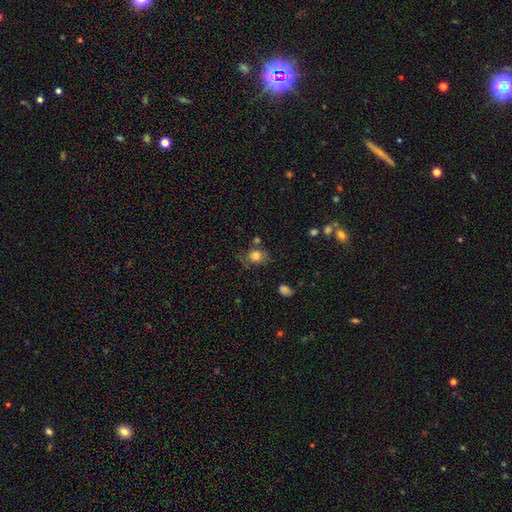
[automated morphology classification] This is likely a smooth galaxy (80%). How rounded: likely round (64%). Merging: likely none (61%).